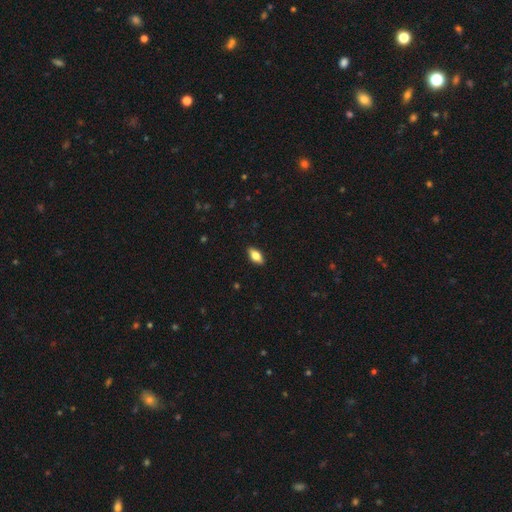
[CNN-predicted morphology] This appears to be a smooth galaxy with no disk features (74%) that is in between round and cigar-shaped (86%). Merging: none (89%).